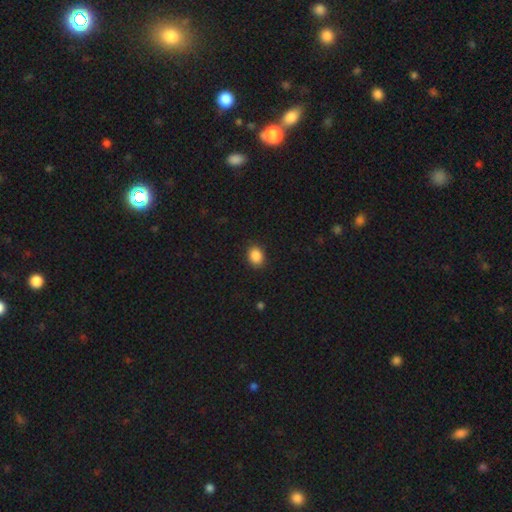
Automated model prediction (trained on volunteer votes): Smooth or featured: smooth — 88% (star or artifact — 9%)
How rounded: in between — 61% (round — 38%)
Merging: none — 89% (minor disturbance — 8%)